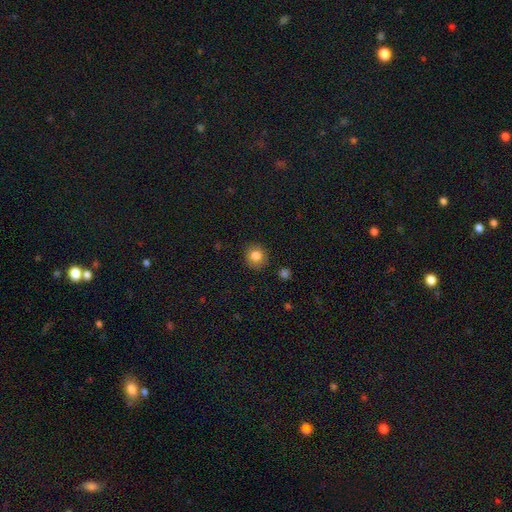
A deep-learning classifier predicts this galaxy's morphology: A smooth galaxy with no disk features (83%) that is round (90%). Merging: none (88%).